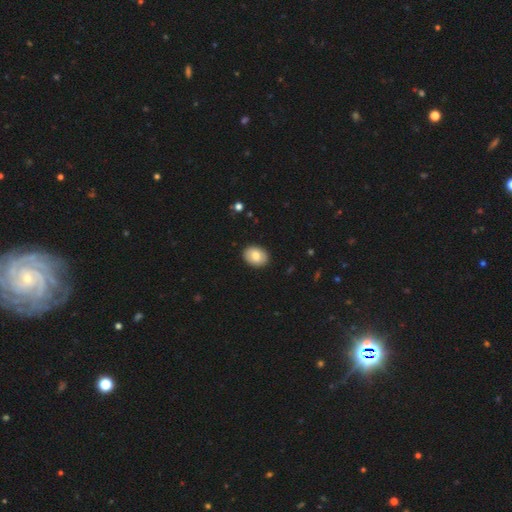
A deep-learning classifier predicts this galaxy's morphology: Smooth or featured? Predicted: smooth (p=0.78). How rounded? Predicted: in between (p=0.72). Merging? Predicted: none (p=0.90).